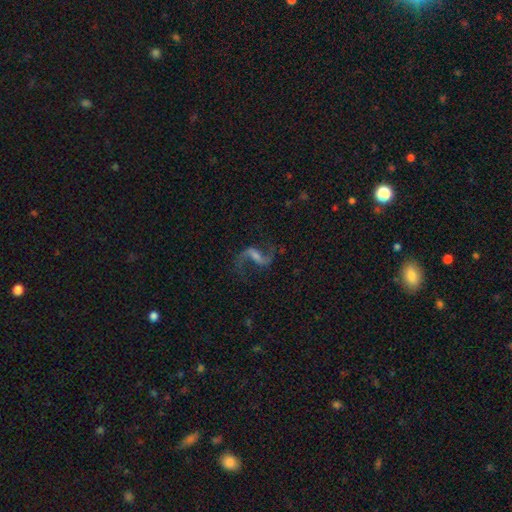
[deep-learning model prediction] Smooth or featured? featured or disk (87%)
Edge-on disk? no (97%)
Bar? weak (44%)
Spiral arms? yes (96%)
Spiral winding? loose (81%)
Spiral arm count? 2 (92%)
Bulge size? small (43%)
Merging? none (74%)